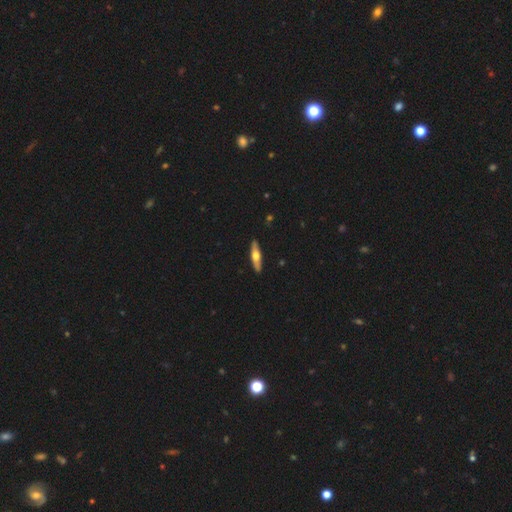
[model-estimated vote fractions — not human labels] Smooth or featured? Predicted: featured or disk (p=0.54). Edge-on disk? Predicted: yes (p=0.92). Merging? Predicted: none (p=0.91).